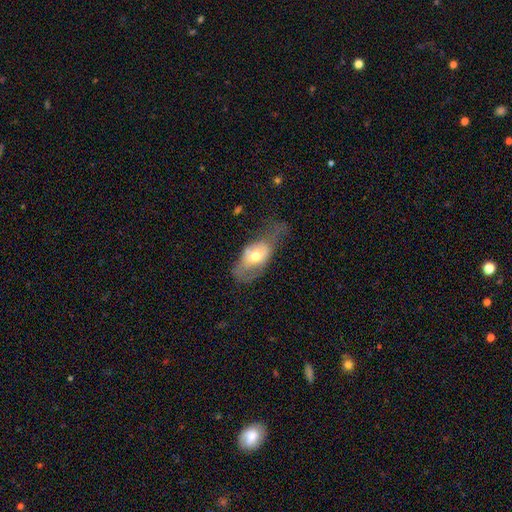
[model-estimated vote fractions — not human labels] Smooth or featured? smooth (55%)
How rounded? in between (87%)
Merging? major disturbance (40%)